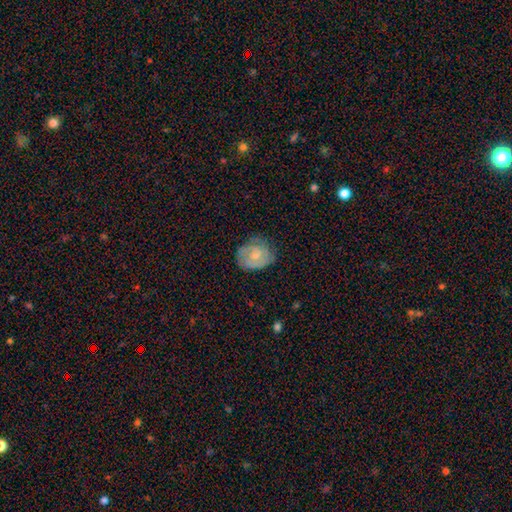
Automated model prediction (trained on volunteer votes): Q: Smooth or featured?
A: featured or disk (50%); runner-up: smooth (44%)
Q: Merging?
A: none (65%); runner-up: minor disturbance (26%)